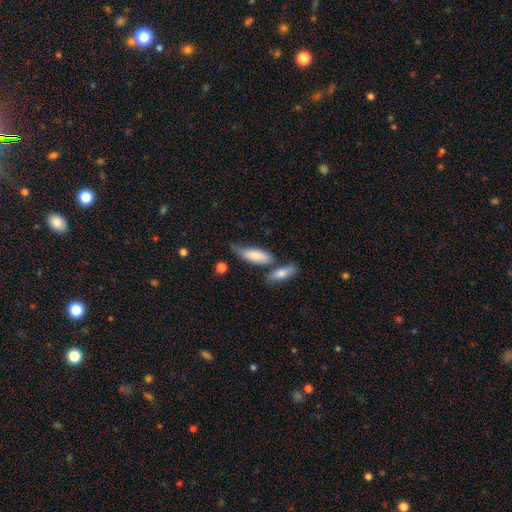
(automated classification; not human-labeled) Smooth or featured?
  - smooth: 76% *
  - featured or disk: 19%
  - star or artifact: 6%
How rounded?
  - in between: 70% *
  - cigar-shaped: 28%
  - round: 2%
Merging?
  - none: 46% *
  - minor disturbance: 26%
  - merger: 20%
  - major disturbance: 8%